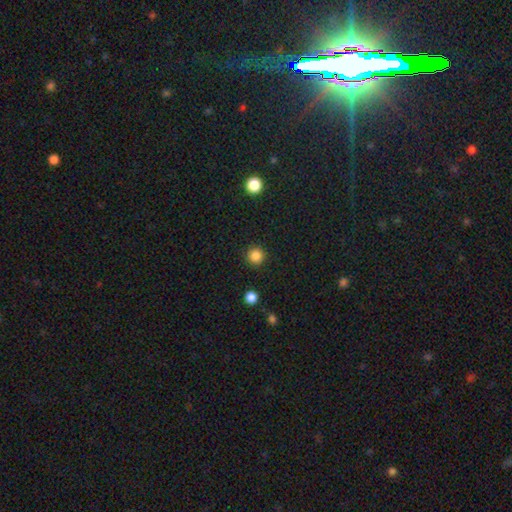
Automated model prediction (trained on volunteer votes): Morphology: type=smooth (85%); roundness=round (95%); merging=none (92%).